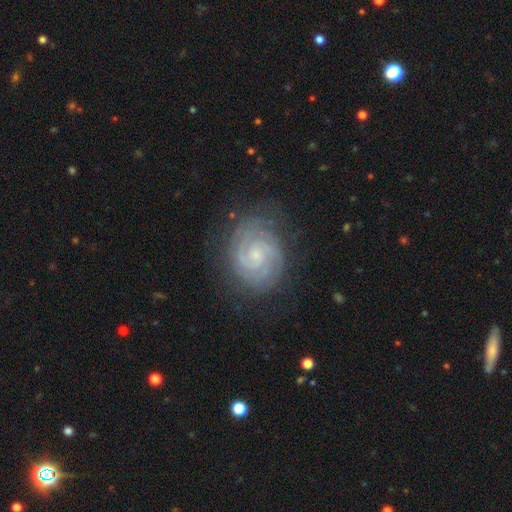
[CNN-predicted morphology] This is clearly a featured or disk galaxy (90%). It is clearly not viewed edge-on (98%). Bar: possibly no (58%). Spiral arm pattern: clearly yes (99%). Spiral arm count: likely 2 (66%). Spiral winding: likely tight (78%). Central bulge: likely small (75%). Merging: likely none (80%).